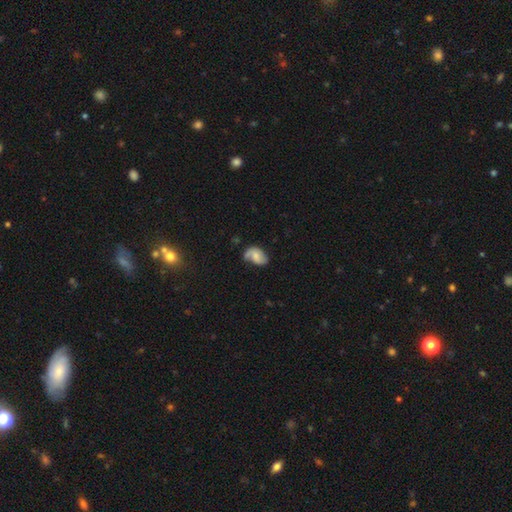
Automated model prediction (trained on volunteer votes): smooth-or-featured: featured or disk: 47% | smooth: 44% | star or artifact: 8%
  merging: none: 45% | minor disturbance: 32% | major disturbance: 18% | merger: 5%